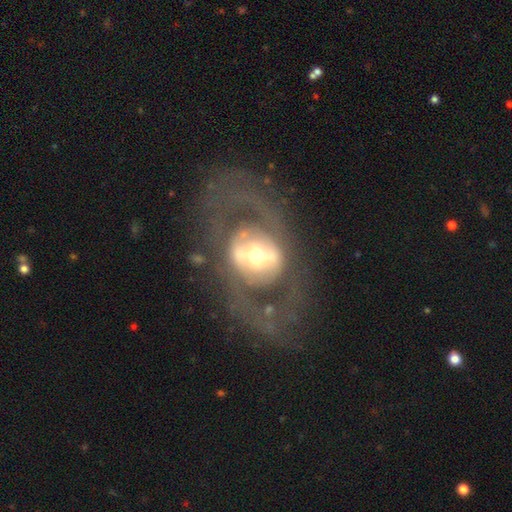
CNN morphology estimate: This is likely a featured or disk galaxy (77%). It is clearly not viewed edge-on (93%). Bar: marginally strong (36%). Spiral arm pattern: possibly yes (51%). Central bulge: likely moderate (60%). Merging: likely none (62%).